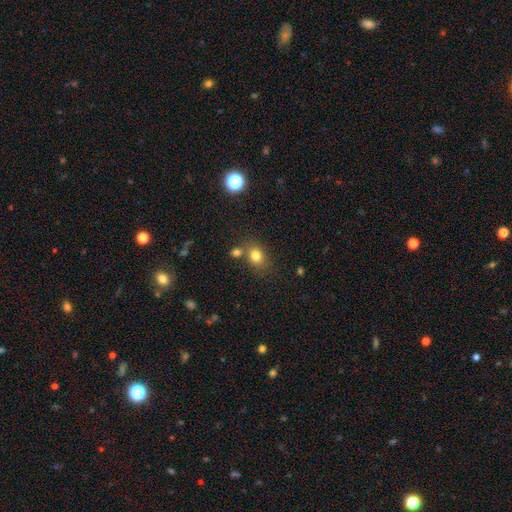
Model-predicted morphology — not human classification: smooth_or_featured: smooth (p=0.79) [alt: star or artifact p=0.13]
how_rounded: in between (p=0.50) [alt: round p=0.49]
merging: none (p=0.61) [alt: merger p=0.21]